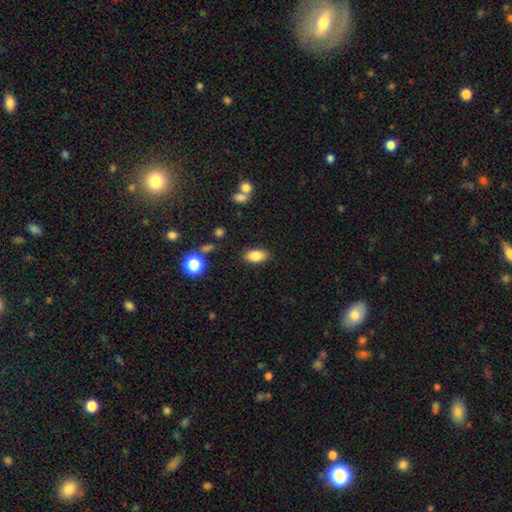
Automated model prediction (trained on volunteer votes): Smooth or featured: smooth — 83% (star or artifact — 9%)
How rounded: in between — 90% (round — 5%)
Merging: none — 86% (minor disturbance — 10%)